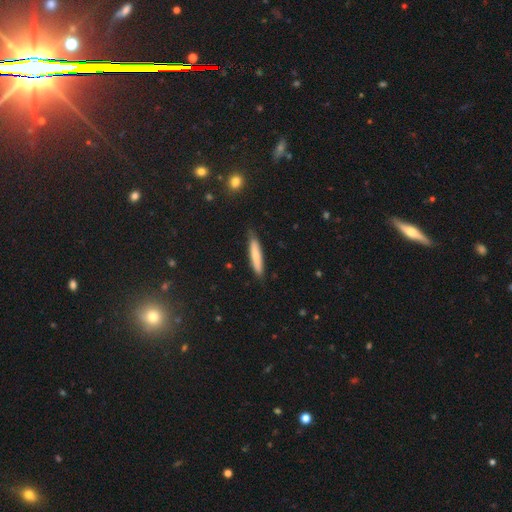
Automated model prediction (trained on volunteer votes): Smooth or featured?
  - smooth: 70% *
  - featured or disk: 24%
  - star or artifact: 6%
How rounded?
  - cigar-shaped: 88% *
  - in between: 10%
  - round: 1%
Merging?
  - none: 82% *
  - minor disturbance: 15%
  - major disturbance: 2%
  - merger: 1%